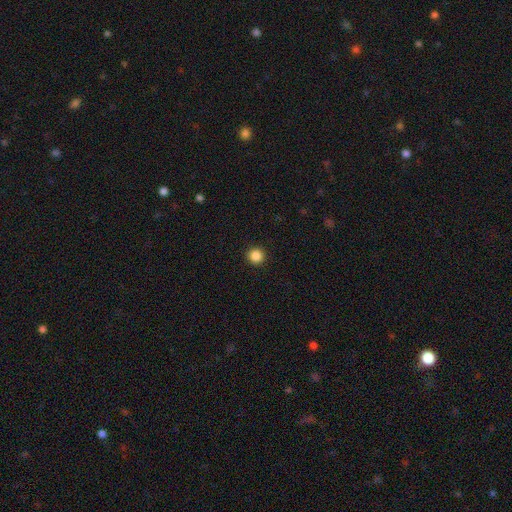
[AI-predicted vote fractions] Q: Smooth or featured?
A: smooth (86%); runner-up: star or artifact (11%)
Q: How rounded?
A: round (96%); runner-up: in between (3%)
Q: Merging?
A: none (93%); runner-up: minor disturbance (4%)